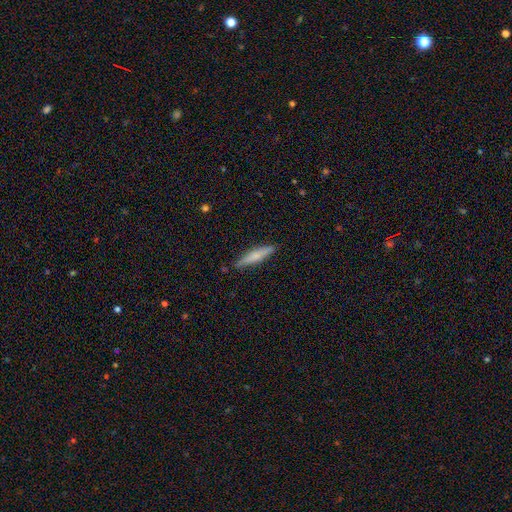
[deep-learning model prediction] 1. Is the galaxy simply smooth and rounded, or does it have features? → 59% smooth, 35% featured or disk, 6% star or artifact.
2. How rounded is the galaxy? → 89% cigar-shaped, 10% in between, 2% round.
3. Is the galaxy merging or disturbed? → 87% none, 10% minor disturbance, 2% major disturbance, 1% merger.